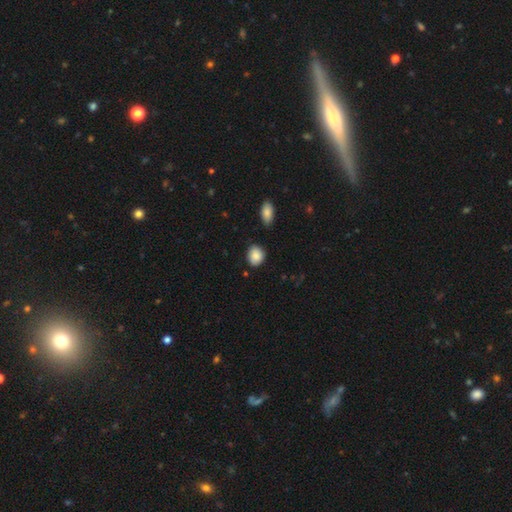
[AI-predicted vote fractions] smooth_or_featured: smooth (p=0.87) [alt: star or artifact p=0.07]
how_rounded: round (p=0.52) [alt: in between p=0.46]
merging: none (p=0.79) [alt: minor disturbance p=0.15]